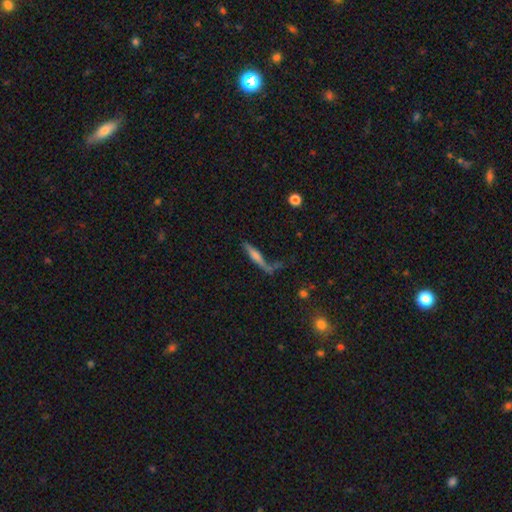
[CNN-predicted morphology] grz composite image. It shows a featured or disk galaxy (46%). Merging: none (54%).